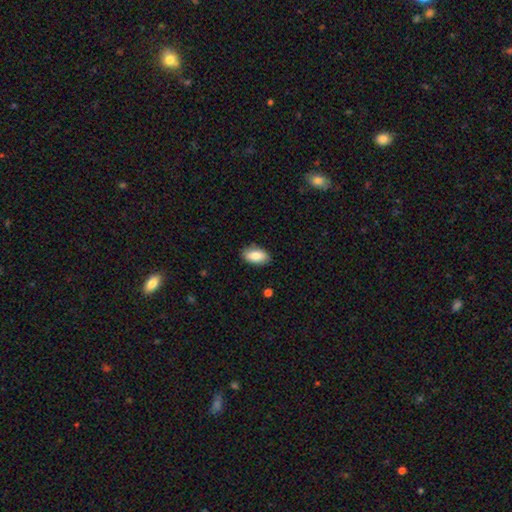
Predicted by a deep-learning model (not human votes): The model was most divided on "merging": none: 86%, minor disturbance: 11%, major disturbance: 2%, merger: 1%. More confident: how rounded — in between (93%); smooth or featured — smooth (85%).